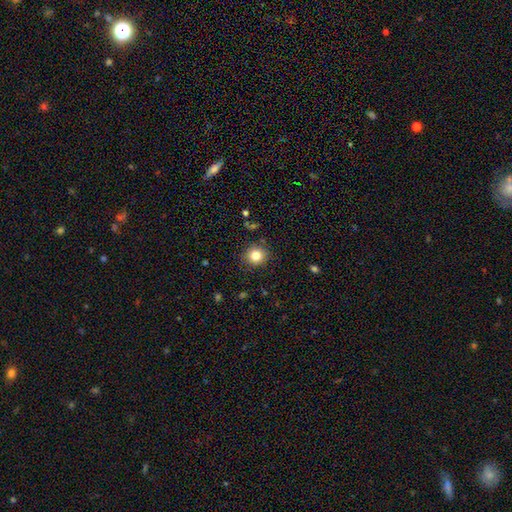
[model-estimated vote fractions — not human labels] Morphology: type=smooth (83%); roundness=round (90%); merging=none (88%).